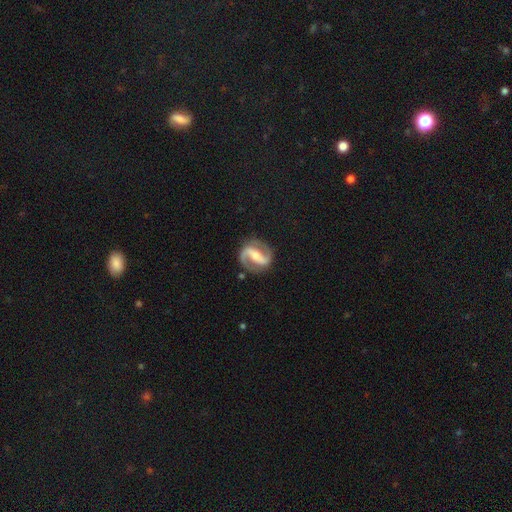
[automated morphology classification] Smooth or featured? Predicted: featured or disk (p=0.90). Edge-on disk? Predicted: no (p=0.97). Bar? Predicted: strong (p=0.64). Spiral arms? Predicted: yes (p=0.97). Spiral winding? Predicted: medium (p=0.52). Spiral arm count? Predicted: 2 (p=0.93). Bulge size? Predicted: moderate (p=0.46). Merging? Predicted: none (p=0.83).